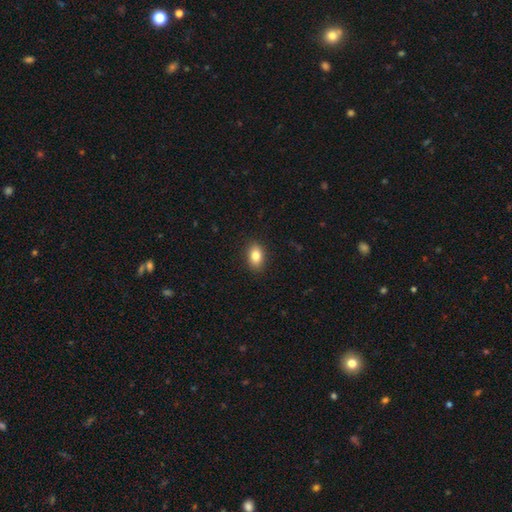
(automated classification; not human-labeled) Smooth or featured? Predicted: smooth (p=0.83). How rounded? Predicted: in between (p=0.84). Merging? Predicted: none (p=0.89).